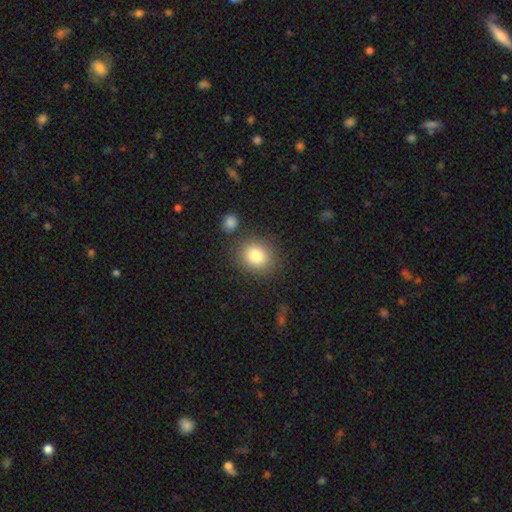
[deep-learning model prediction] smooth 83%, star or artifact 10%, featured or disk 7%. Down the decision tree: how rounded — round (70%); merging — none (81%).